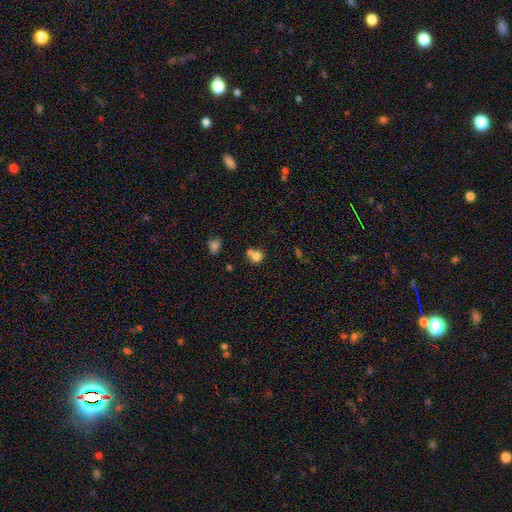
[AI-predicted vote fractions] Smooth or featured?
  - smooth: 77% *
  - star or artifact: 12%
  - featured or disk: 12%
How rounded?
  - round: 77% *
  - in between: 22%
  - cigar-shaped: 1%
Merging?
  - merger: 50% *
  - none: 38%
  - minor disturbance: 9%
  - major disturbance: 4%